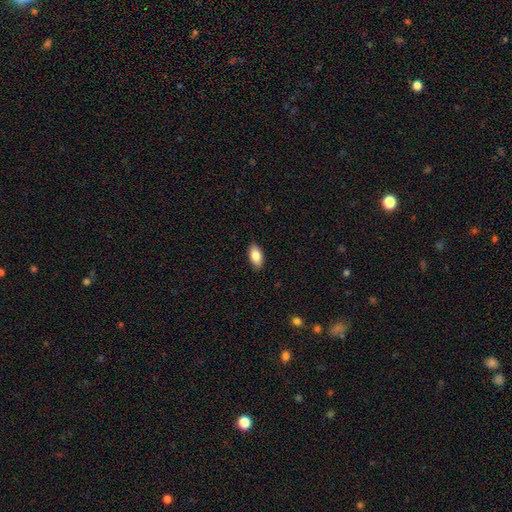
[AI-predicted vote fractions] smooth_or_featured: smooth (p=0.85) [alt: featured or disk p=0.08]
how_rounded: in between (p=0.92) [alt: cigar-shaped p=0.04]
merging: none (p=0.88) [alt: minor disturbance p=0.09]